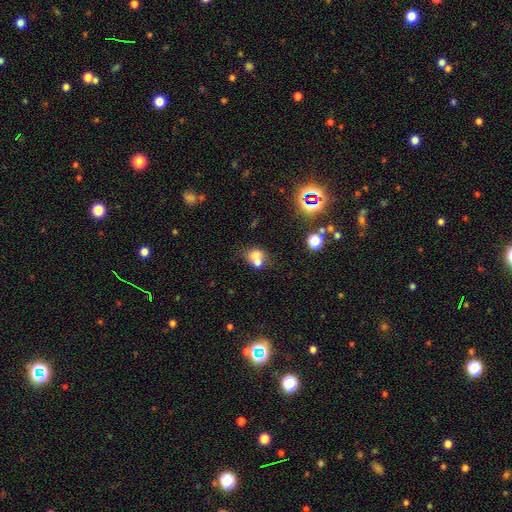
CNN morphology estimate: A smooth galaxy with no disk features (66%) that is round (64%).

Vote fractions:
- Smooth or featured? smooth: 66% / featured or disk: 19% / star or artifact: 15%
- How rounded? round: 64% / in between: 35% / cigar-shaped: 1%
- Merging? merger: 59% / none: 30% / minor disturbance: 7% / major disturbance: 4%